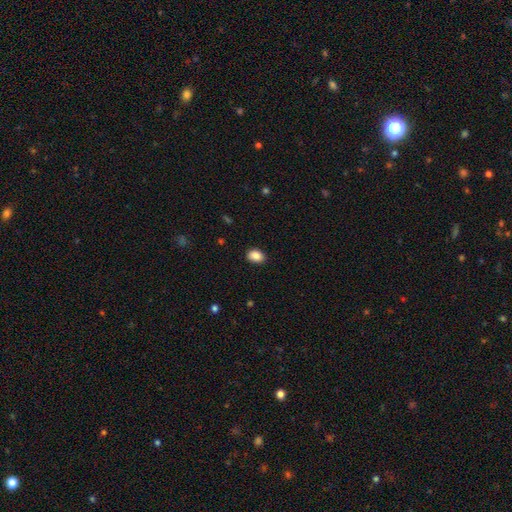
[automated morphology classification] type=smooth (88%); roundness=in between (74%); merging=none (89%).